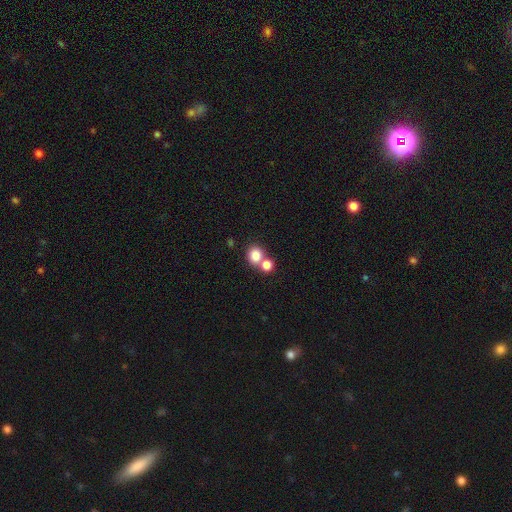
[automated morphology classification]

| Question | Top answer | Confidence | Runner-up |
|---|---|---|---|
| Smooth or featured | smooth | 81% | star or artifact (11%) |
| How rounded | round | 80% | in between (19%) |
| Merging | none | 49% | merger (42%) |